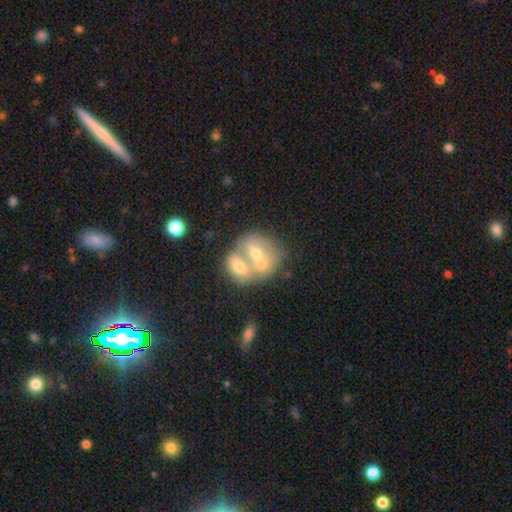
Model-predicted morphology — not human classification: type=smooth (47%); merging=merger (72%).